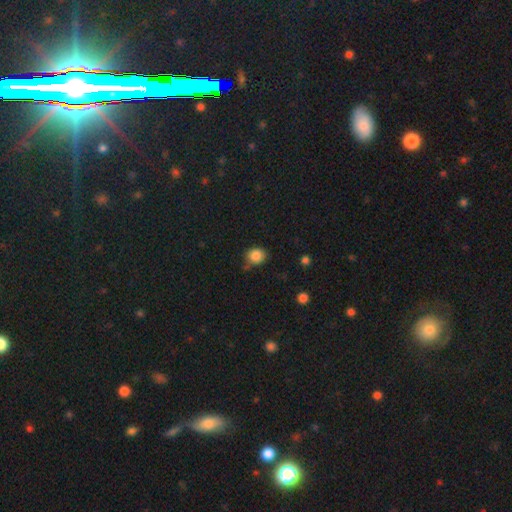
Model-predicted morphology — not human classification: Smooth or featured? smooth (86%)
How rounded? round (70%)
Merging? none (74%)